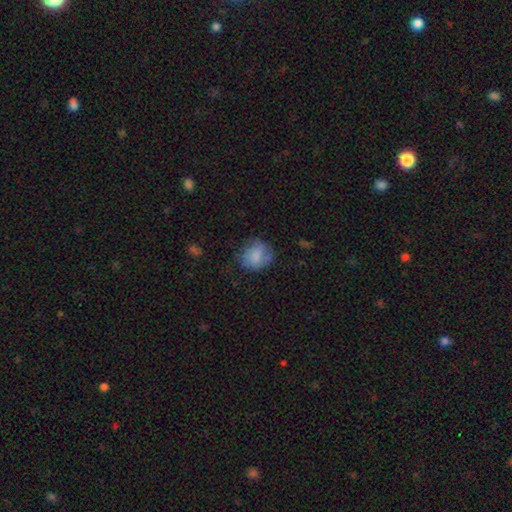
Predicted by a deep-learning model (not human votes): A smooth galaxy with no disk features (74%) that is round (68%). Merging: none (63%).